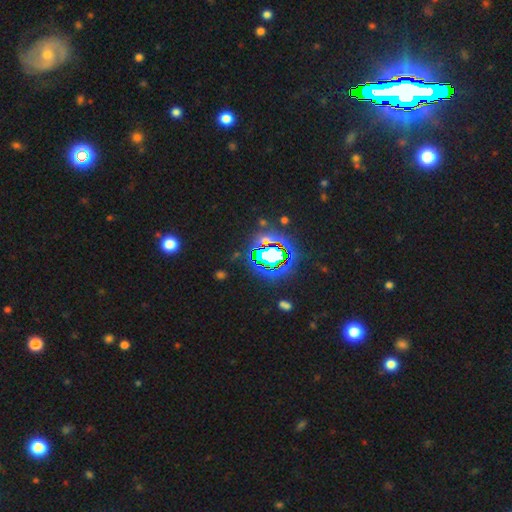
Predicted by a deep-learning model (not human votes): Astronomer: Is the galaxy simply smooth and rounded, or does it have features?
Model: star or artifact — 77%.